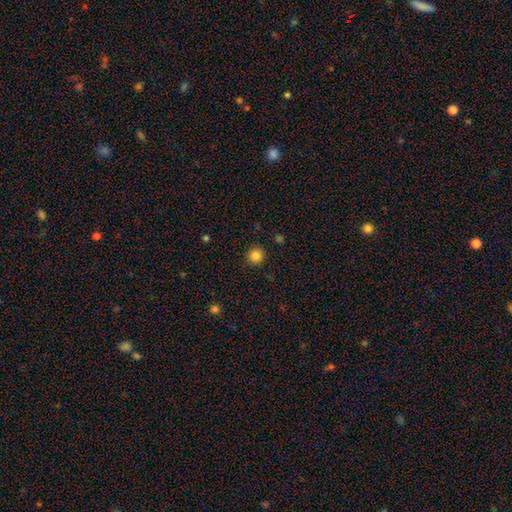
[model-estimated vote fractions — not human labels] Overall: smooth (85%). How rounded: round (94%). Merging: none (91%).